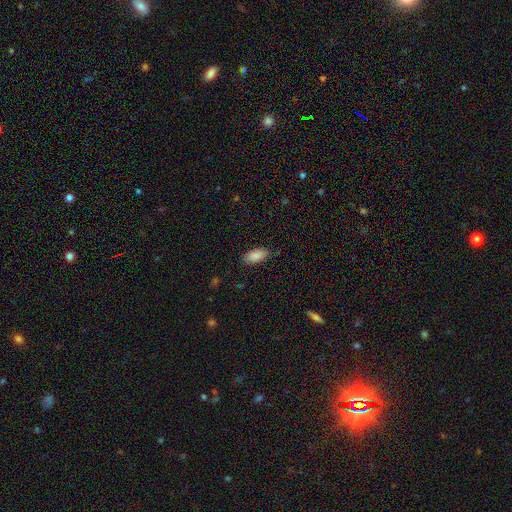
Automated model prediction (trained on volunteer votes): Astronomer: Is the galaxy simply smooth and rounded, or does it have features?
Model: smooth — 87%.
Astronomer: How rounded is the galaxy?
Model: in between — 90%.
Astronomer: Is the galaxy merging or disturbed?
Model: none — 83%.